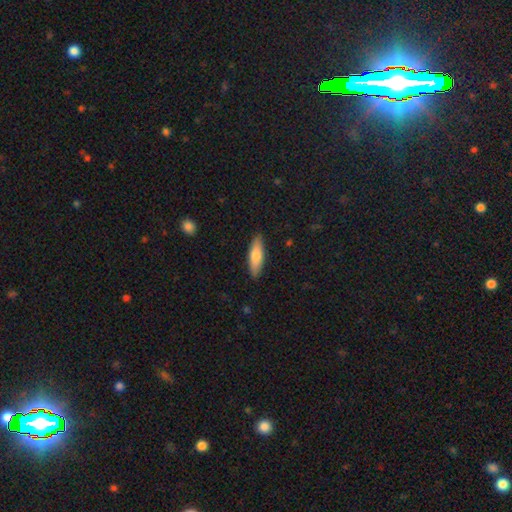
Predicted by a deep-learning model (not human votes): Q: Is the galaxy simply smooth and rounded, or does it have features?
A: smooth — 76%.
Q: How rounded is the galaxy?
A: cigar-shaped — 55%.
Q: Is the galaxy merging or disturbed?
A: none — 88%.